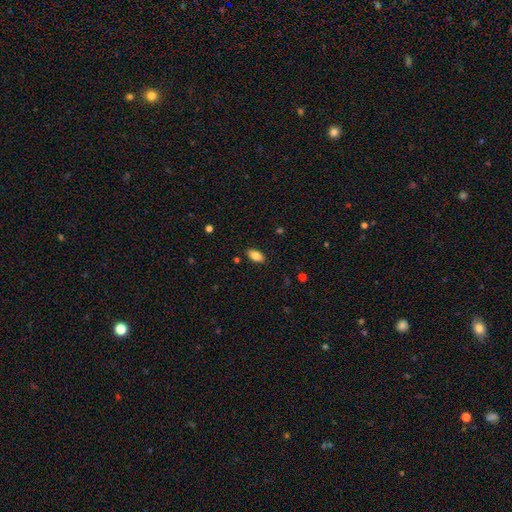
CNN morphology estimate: The model was most divided on "smooth or featured": smooth: 83%, featured or disk: 9%, star or artifact: 8%. More confident: how rounded — in between (92%); merging — none (88%).